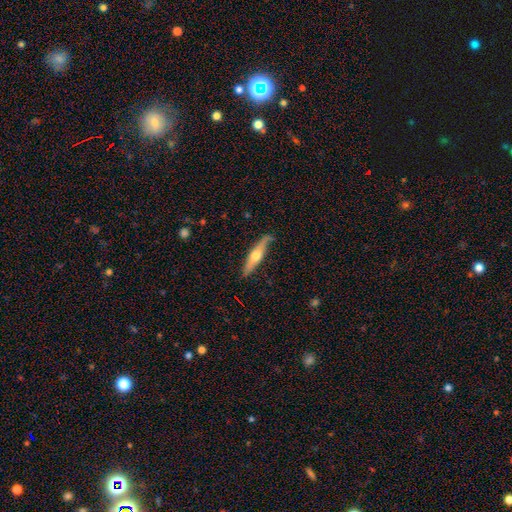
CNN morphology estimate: Smooth or featured? Predicted: featured or disk (p=0.55). Edge-on disk? Predicted: yes (p=0.90). Merging? Predicted: none (p=0.79).